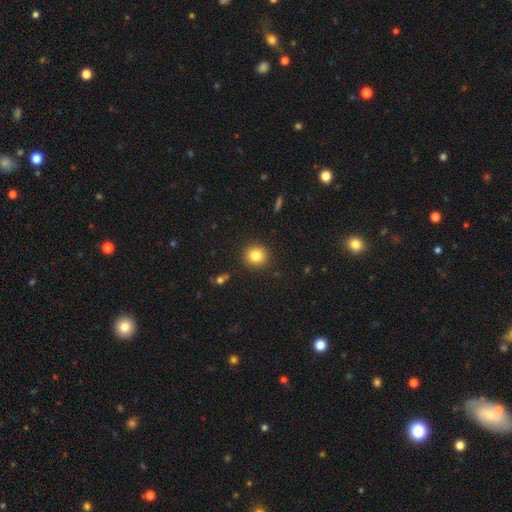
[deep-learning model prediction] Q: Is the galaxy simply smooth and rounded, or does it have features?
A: smooth — 82%.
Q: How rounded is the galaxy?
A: round — 89%.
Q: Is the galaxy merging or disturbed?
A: none — 91%.